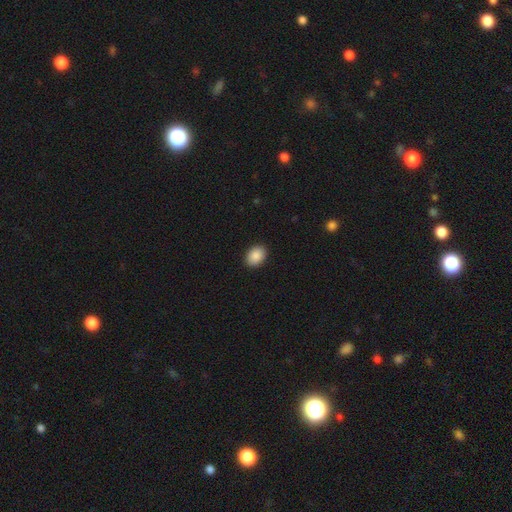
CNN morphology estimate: smooth-or-featured: smooth: 89% | star or artifact: 7% | featured or disk: 3%
  how-rounded: in between: 74% | round: 25% | cigar-shaped: 1%
  merging: none: 91% | minor disturbance: 6% | major disturbance: 2% | merger: 1%